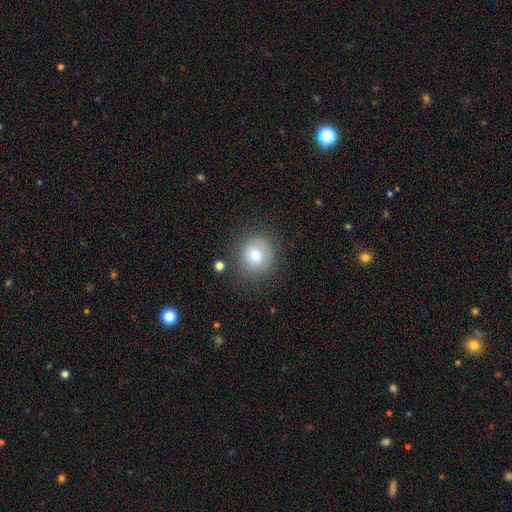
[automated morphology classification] smooth 76%, featured or disk 12%, star or artifact 11%. Down the decision tree: how rounded — round (88%); merging — none (83%).